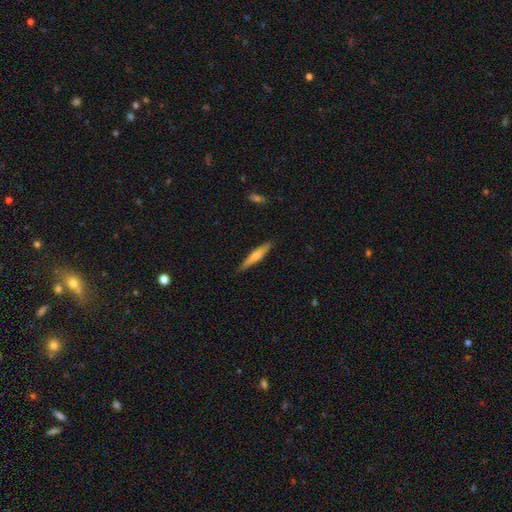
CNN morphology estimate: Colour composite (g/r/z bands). It shows a smooth galaxy with no disk features (48%). Merging: none (87%).